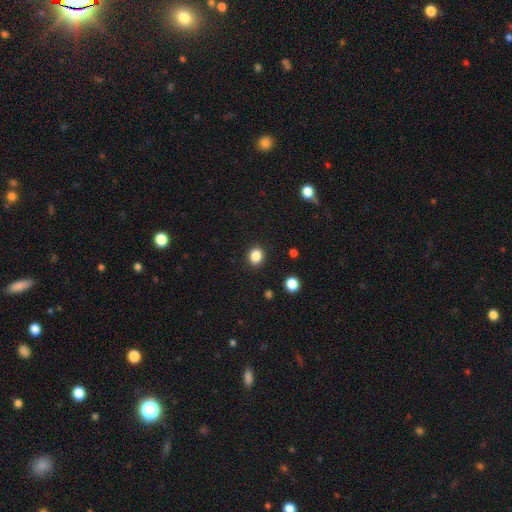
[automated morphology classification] A smooth galaxy with no disk features (86%) that is round (66%).

Vote fractions:
- Smooth or featured? smooth: 86% / star or artifact: 11% / featured or disk: 3%
- How rounded? round: 66% / in between: 33% / cigar-shaped: 1%
- Merging? none: 90% / minor disturbance: 7% / major disturbance: 2% / merger: 1%